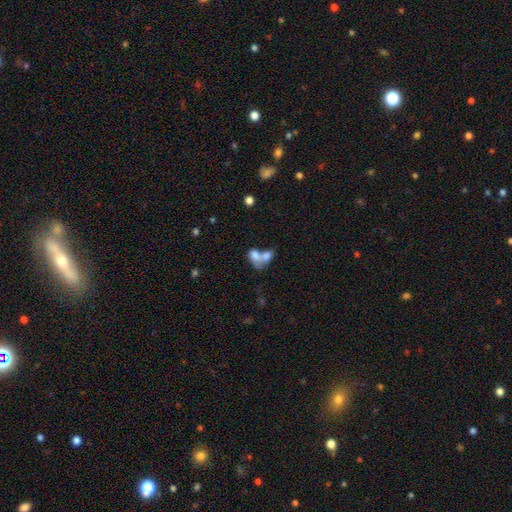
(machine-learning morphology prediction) Smooth or featured: smooth — 72% (featured or disk — 19%)
How rounded: in between — 74% (round — 24%)
Merging: merger — 74% (none — 14%)